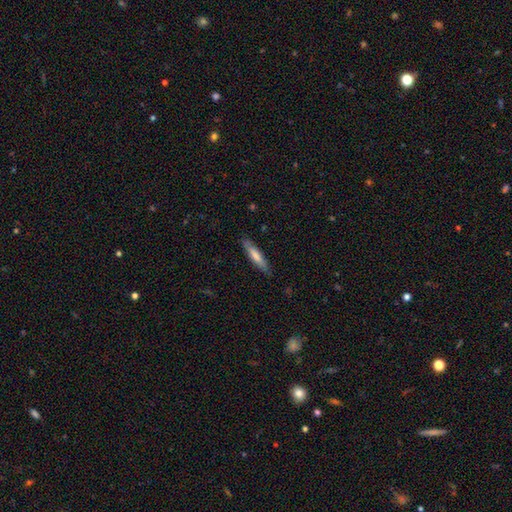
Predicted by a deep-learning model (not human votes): smooth_or_featured: smooth (p=0.71) [alt: featured or disk p=0.24]
how_rounded: cigar-shaped (p=0.84) [alt: in between p=0.14]
merging: none (p=0.84) [alt: minor disturbance p=0.12]